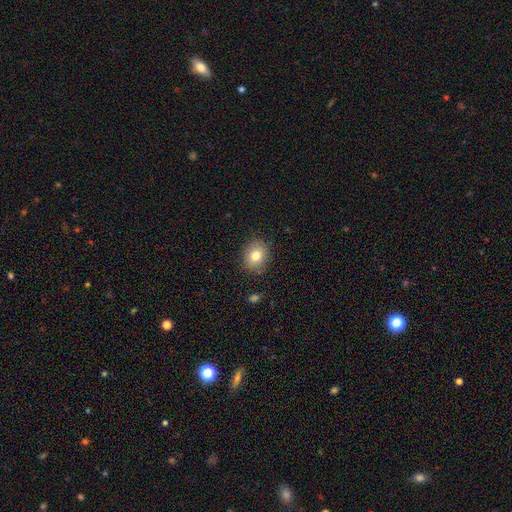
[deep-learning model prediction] This appears to be a smooth galaxy with no disk features (78%) that is round (67%). Merging: none (86%).